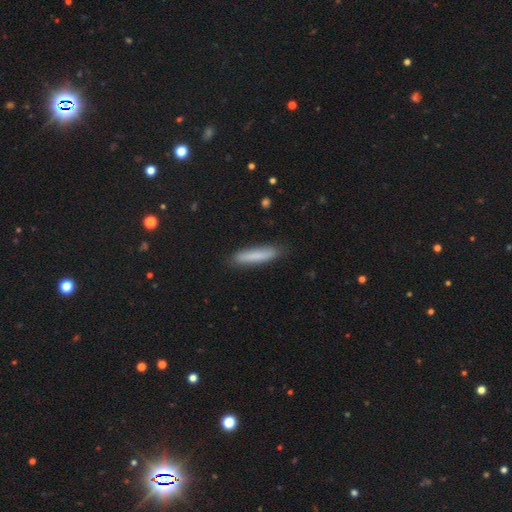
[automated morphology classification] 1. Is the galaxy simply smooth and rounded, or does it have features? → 81% smooth, 13% featured or disk, 6% star or artifact.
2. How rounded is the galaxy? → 85% cigar-shaped, 14% in between, 1% round.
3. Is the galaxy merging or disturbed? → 86% none, 11% minor disturbance, 2% major disturbance, 1% merger.